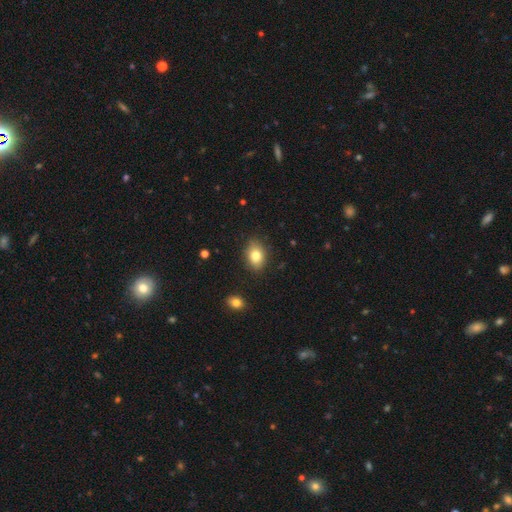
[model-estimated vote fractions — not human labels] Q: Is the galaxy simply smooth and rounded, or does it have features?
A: smooth — 81%.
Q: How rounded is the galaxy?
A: in between — 77%.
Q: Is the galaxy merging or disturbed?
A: none — 83%.